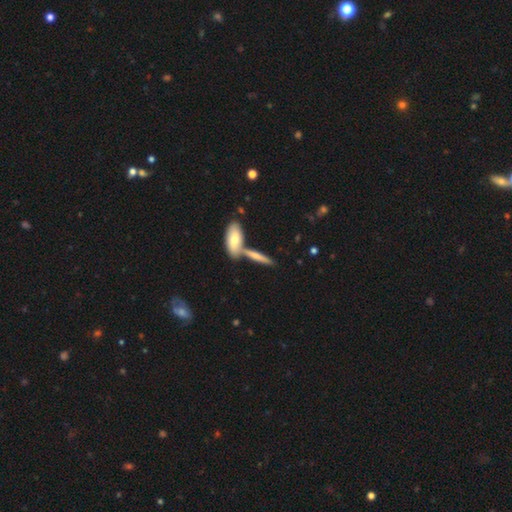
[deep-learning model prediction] Smooth or featured: smooth — 65% (featured or disk — 29%)
How rounded: cigar-shaped — 72% (in between — 25%)
Merging: none — 51% (merger — 37%)